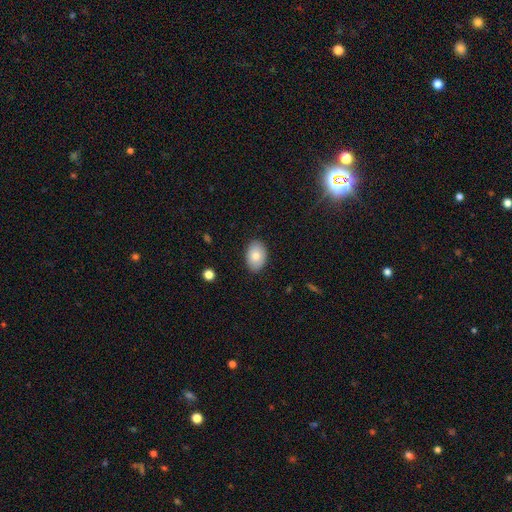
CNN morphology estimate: type=smooth (80%); roundness=in between (85%); merging=none (87%).